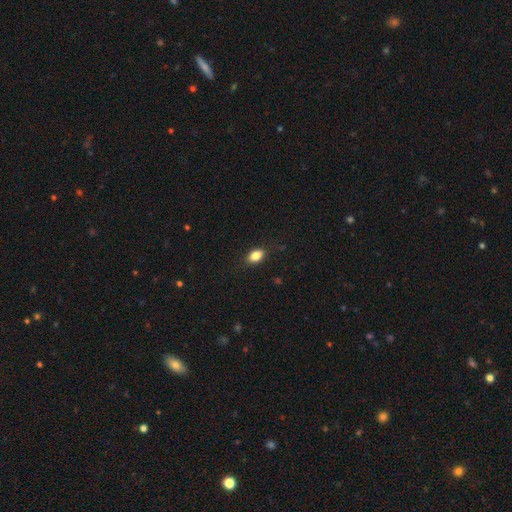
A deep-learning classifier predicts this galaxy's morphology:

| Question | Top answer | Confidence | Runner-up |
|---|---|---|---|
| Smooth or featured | smooth | 86% | star or artifact (9%) |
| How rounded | in between | 87% | round (11%) |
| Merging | none | 86% | minor disturbance (11%) |